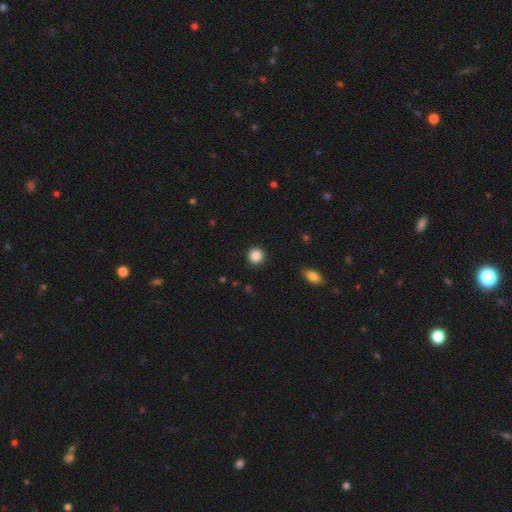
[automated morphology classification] Overall: smooth (88%). How rounded: round (92%). Merging: none (92%).